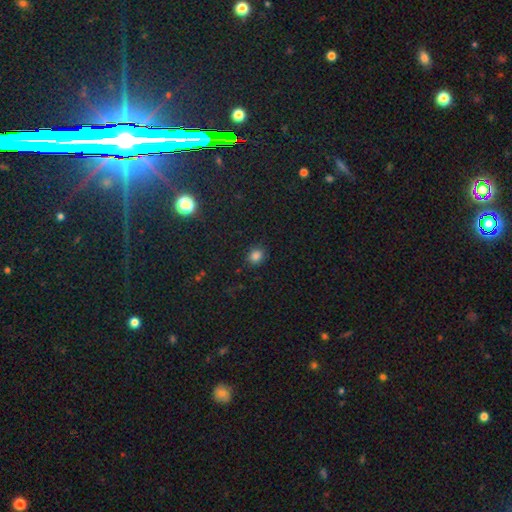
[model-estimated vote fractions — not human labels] Morphology: type=smooth (82%); roundness=round (72%); merging=none (87%).